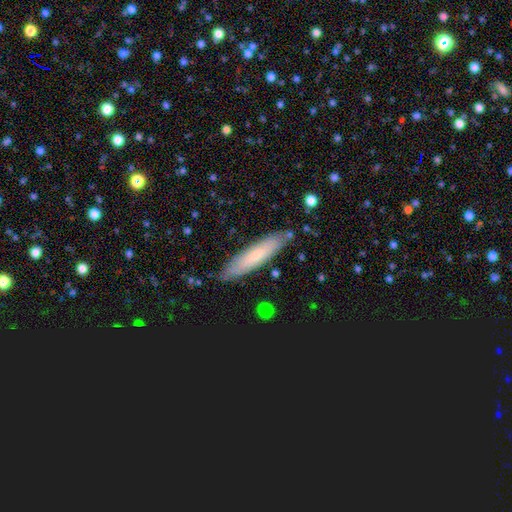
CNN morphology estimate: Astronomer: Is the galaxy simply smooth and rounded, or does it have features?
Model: smooth — 66%.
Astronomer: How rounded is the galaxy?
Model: cigar-shaped — 80%.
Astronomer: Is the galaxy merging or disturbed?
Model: none — 84%.